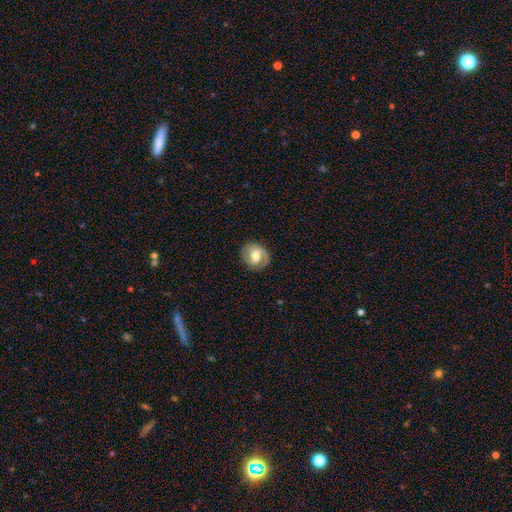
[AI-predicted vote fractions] featured or disk 69%, smooth 25%, star or artifact 6%. Down the decision tree: edge-on disk — no (97%); bar — weak (49%); spiral arms — yes (89%); spiral arm count — 2 (80%); spiral winding — medium (45%); bulge size — moderate (70%); merging — none (83%).